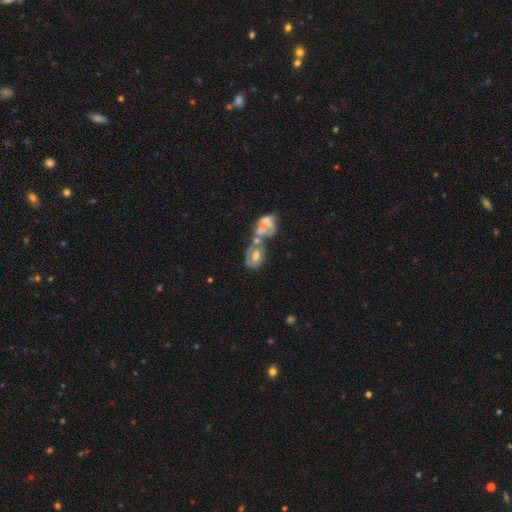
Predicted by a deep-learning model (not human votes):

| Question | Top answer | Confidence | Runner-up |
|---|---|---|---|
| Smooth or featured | featured or disk | 56% | smooth (34%) |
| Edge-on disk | no | 96% | yes (4%) |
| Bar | no | 85% | weak (12%) |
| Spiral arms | no | 80% | yes (20%) |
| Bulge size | moderate | 51% | none (19%) |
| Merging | merger | 60% | none (15%) |